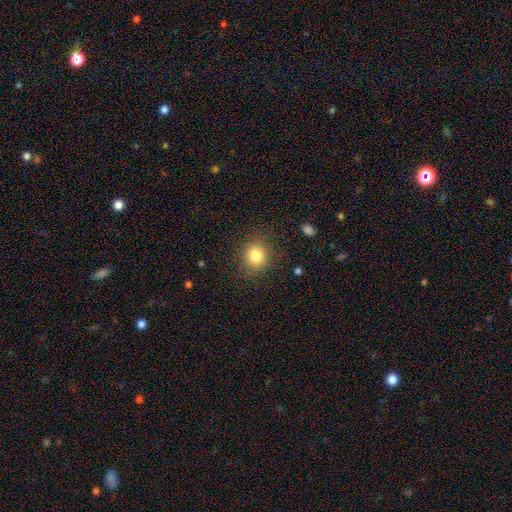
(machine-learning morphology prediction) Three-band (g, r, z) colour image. It shows a smooth galaxy with no disk features (81%) that is round (78%). Merging: none (85%).